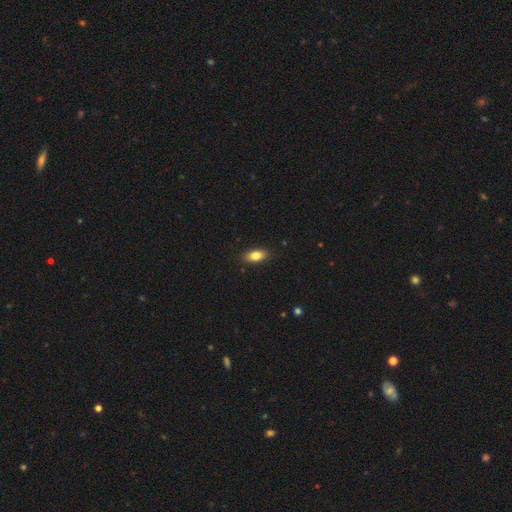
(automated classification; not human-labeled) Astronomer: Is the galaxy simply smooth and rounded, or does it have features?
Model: smooth — 81%.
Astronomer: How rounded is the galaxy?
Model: in between — 86%.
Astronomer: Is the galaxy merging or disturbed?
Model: none — 87%.